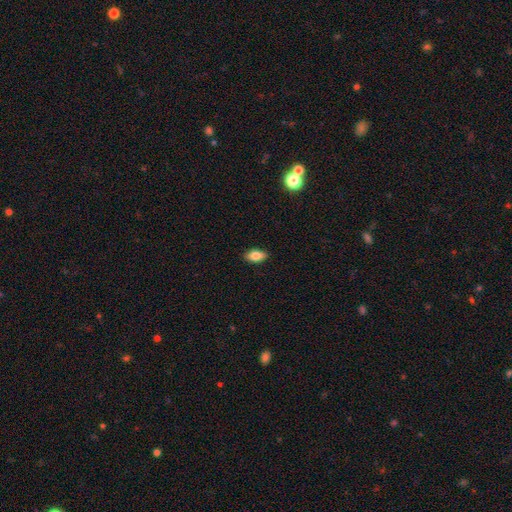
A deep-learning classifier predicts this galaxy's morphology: This appears to be a smooth galaxy with no disk features (82%) that is in between round and cigar-shaped (90%). Merging: none (89%).